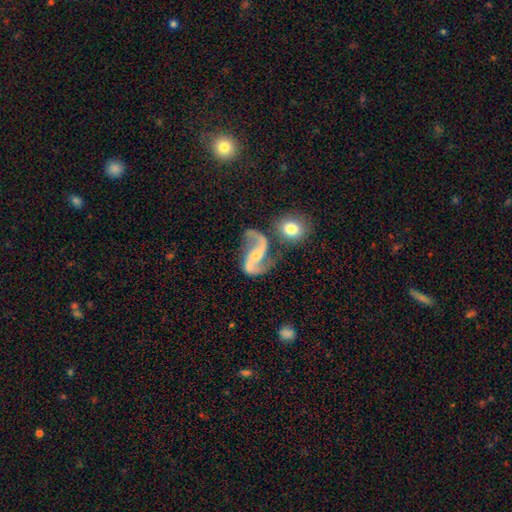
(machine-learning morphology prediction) The model was most divided on "bar": no: 43%, weak: 36%, strong: 21%. More confident: edge-on disk — no (98%); spiral arms — yes (97%); spiral arm count — 2 (93%); smooth or featured — featured or disk (90%); spiral winding — loose (72%); bulge size — small (60%); merging — none (58%).